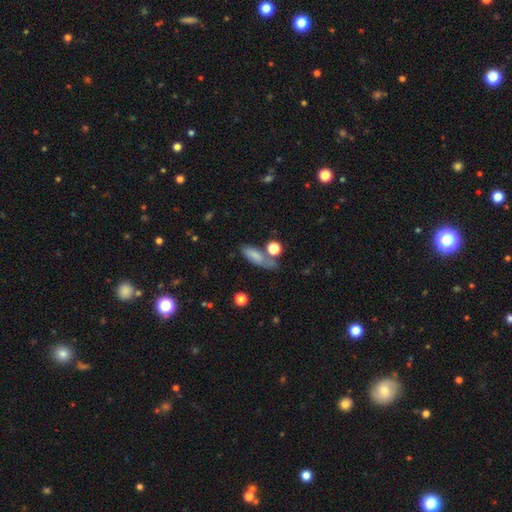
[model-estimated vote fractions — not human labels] The model was most divided on "merging": none: 49%, minor disturbance: 24%, merger: 16%, major disturbance: 12%. More confident: smooth or featured — smooth (72%); how rounded — in between (65%).